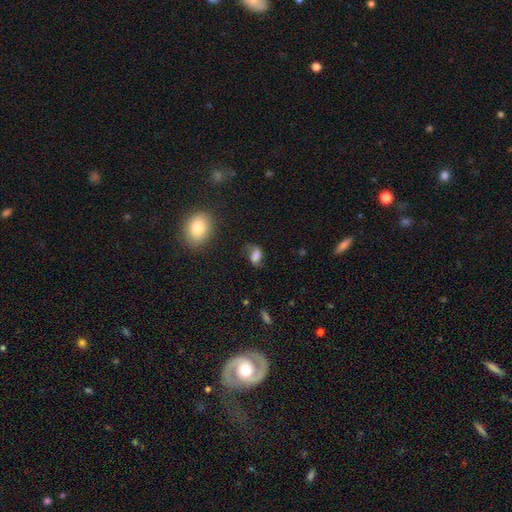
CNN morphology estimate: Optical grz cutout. It shows a smooth galaxy with no disk features (61%) that is in between round and cigar-shaped (80%). Merging: none (51%).